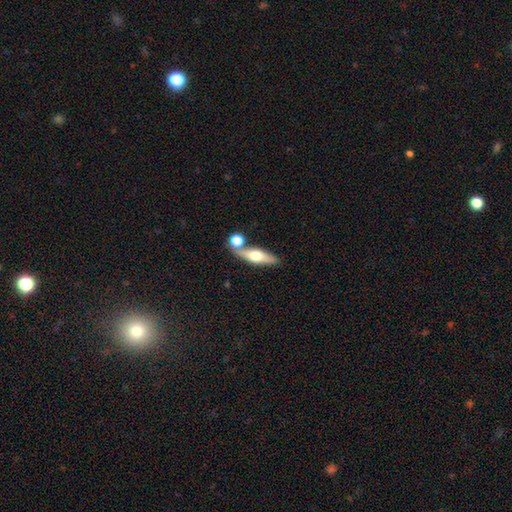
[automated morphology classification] Overall: featured or disk (49%; smooth 45%). Merging: none (67%).